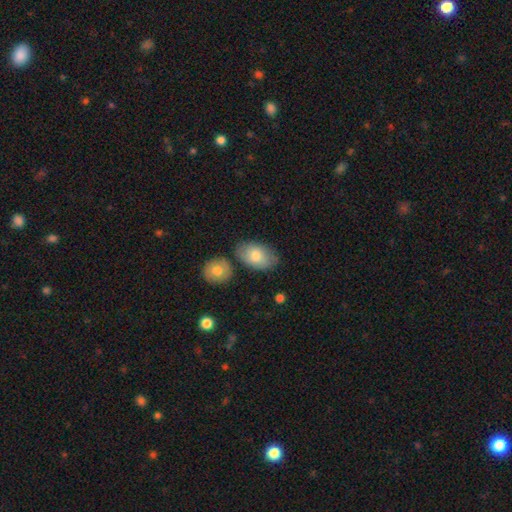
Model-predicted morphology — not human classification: This appears to be a smooth galaxy with no disk features (76%) that is in between round and cigar-shaped (90%). Merging: none (66%).